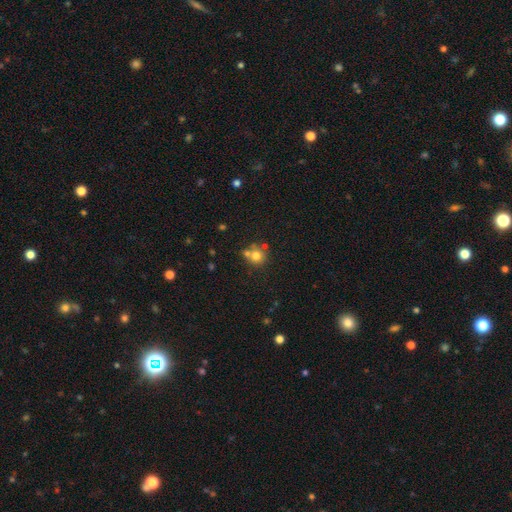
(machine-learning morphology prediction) Overall: smooth (72%). How rounded: round (88%). Merging: none (54%; merger 33%).